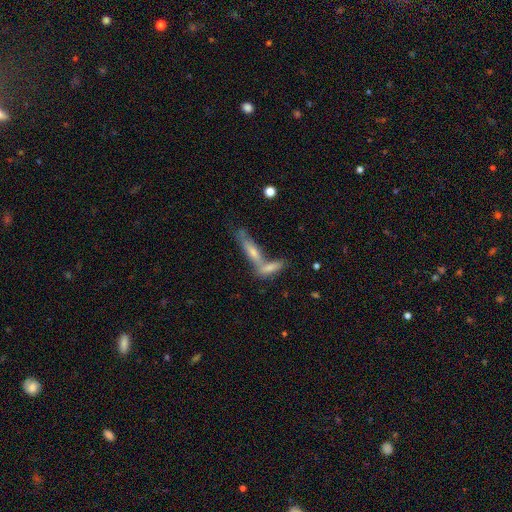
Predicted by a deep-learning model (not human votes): This is possibly a featured or disk galaxy (49%). Merging: possibly merger (52%).